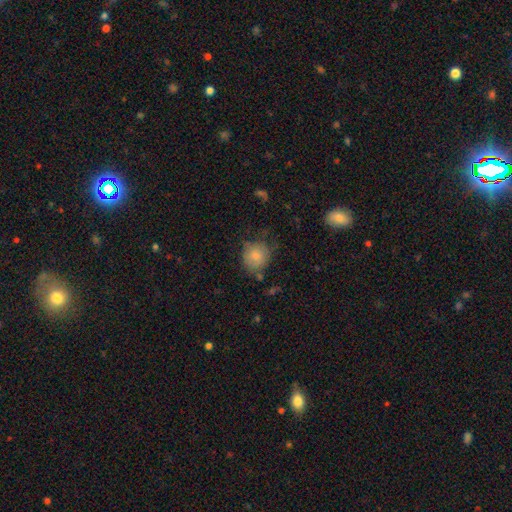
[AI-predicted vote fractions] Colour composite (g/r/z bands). It shows a smooth galaxy with no disk features (81%) that is round (83%). Merging: none (59%).